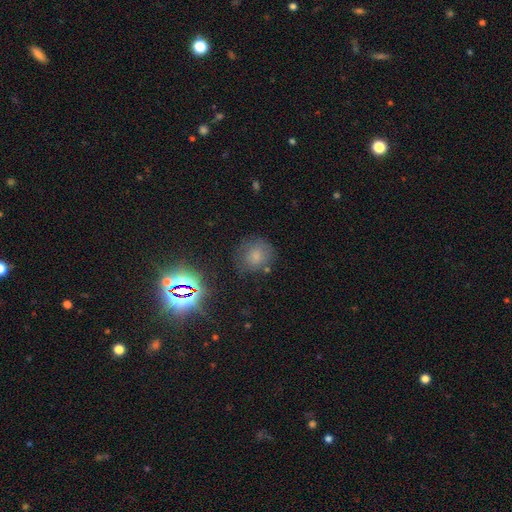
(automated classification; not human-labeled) Smooth or featured?
  - smooth: 66% *
  - star or artifact: 23%
  - featured or disk: 11%
How rounded?
  - round: 83% *
  - in between: 16%
  - cigar-shaped: 1%
Merging?
  - none: 72% *
  - minor disturbance: 17%
  - major disturbance: 7%
  - merger: 3%